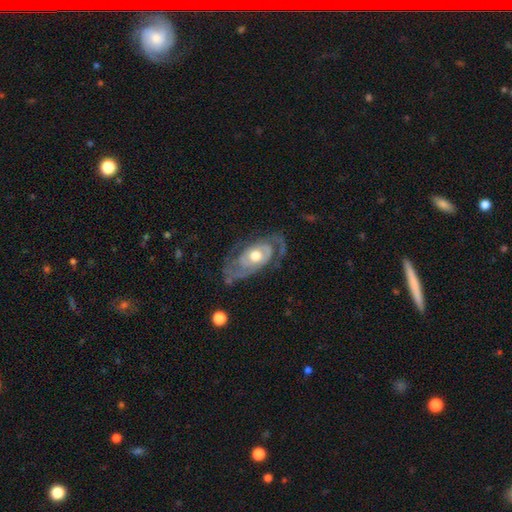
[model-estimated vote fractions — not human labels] Smooth or featured: featured or disk — 85% (smooth — 11%)
Edge-on disk: no — 94% (yes — 6%)
Bar: no — 76% (weak — 19%)
Spiral arms: yes — 88% (no — 12%)
Spiral winding: tight — 47% (medium — 37%)
Spiral arm count: 2 — 66% (can't tell — 15%)
Bulge size: moderate — 72% (large — 17%)
Merging: none — 62% (minor disturbance — 20%)